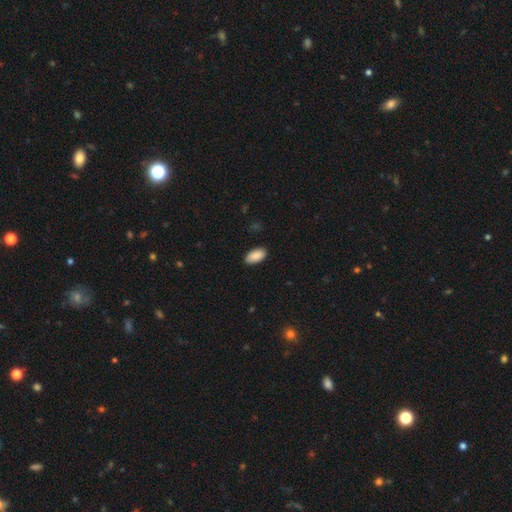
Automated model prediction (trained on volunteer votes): Smooth or featured? Predicted: smooth (p=0.90). How rounded? Predicted: in between (p=0.95). Merging? Predicted: none (p=0.87).